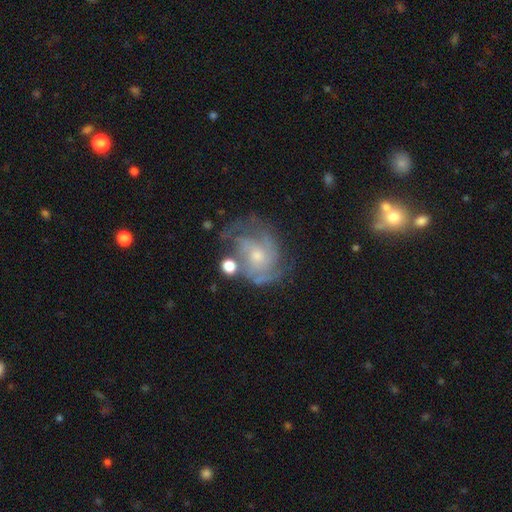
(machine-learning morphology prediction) Smooth or featured? featured or disk (81%)
Edge-on disk? no (98%)
Bar? no (71%)
Spiral arms? yes (91%)
Spiral winding? tight (47%)
Spiral arm count? 2 (30%)
Bulge size? small (56%)
Merging? none (58%)